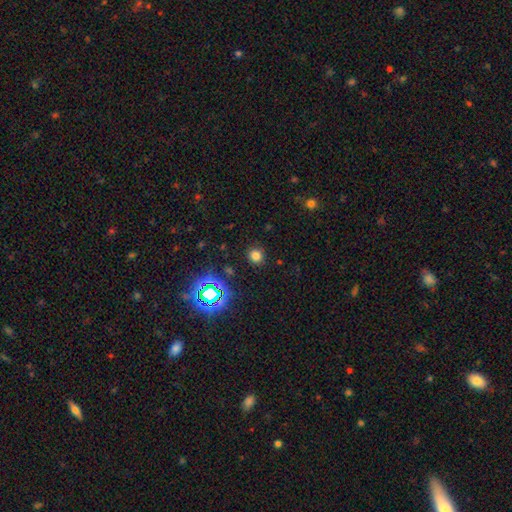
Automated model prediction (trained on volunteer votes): Smooth or featured?
  - smooth: 73% *
  - star or artifact: 22%
  - featured or disk: 6%
How rounded?
  - round: 86% *
  - in between: 13%
  - cigar-shaped: 1%
Merging?
  - none: 88% *
  - minor disturbance: 7%
  - major disturbance: 3%
  - merger: 2%